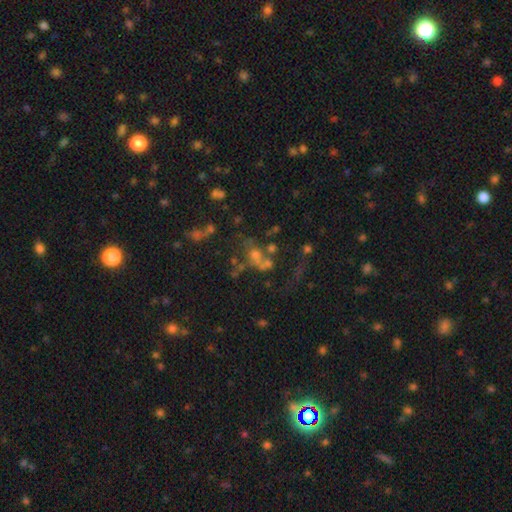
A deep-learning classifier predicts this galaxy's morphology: This is marginally a smooth galaxy (36%). Merging: marginally merger (34%).